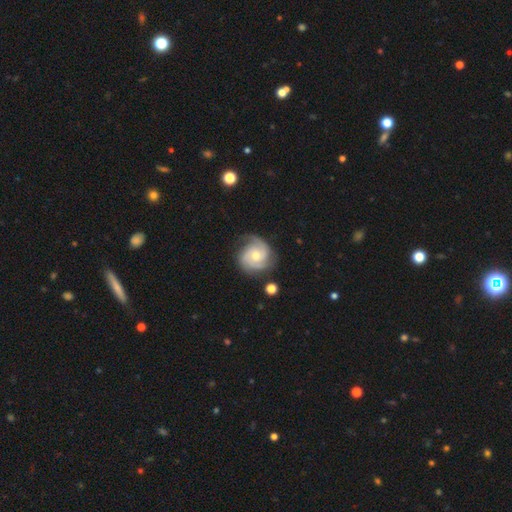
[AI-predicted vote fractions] Q: Smooth or featured?
A: featured or disk (85%); runner-up: smooth (10%)
Q: Edge-on disk?
A: no (98%); runner-up: yes (2%)
Q: Bar?
A: no (73%); runner-up: weak (23%)
Q: Spiral arms?
A: yes (97%); runner-up: no (3%)
Q: Spiral winding?
A: tight (55%); runner-up: medium (38%)
Q: Spiral arm count?
A: 3 (45%); runner-up: 2 (33%)
Q: Bulge size?
A: moderate (57%); runner-up: small (39%)
Q: Merging?
A: none (74%); runner-up: minor disturbance (18%)